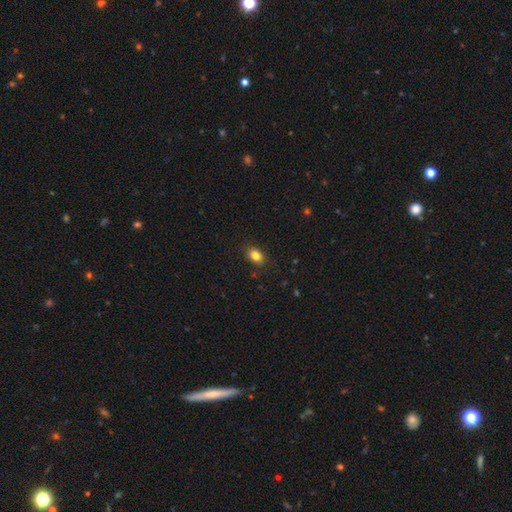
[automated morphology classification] The model was most divided on "how rounded": in between: 79%, round: 20%, cigar-shaped: 2%. More confident: merging — none (86%); smooth or featured — smooth (83%).